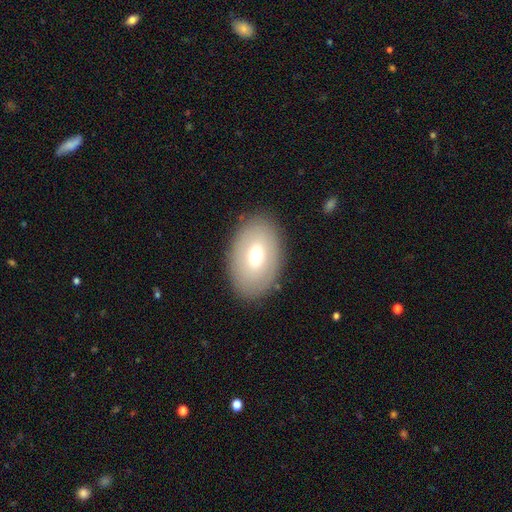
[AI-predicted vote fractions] The model was most divided on "smooth or featured": smooth: 65%, featured or disk: 28%, star or artifact: 8%. More confident: how rounded — in between (88%); merging — none (86%).